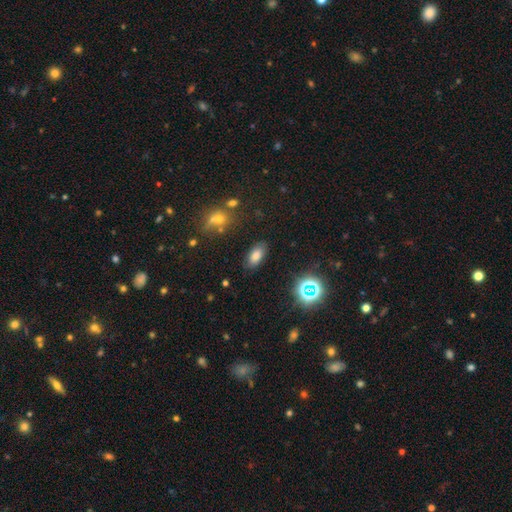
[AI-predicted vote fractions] Overall: smooth (73%). How rounded: in between (91%). Merging: none (81%).